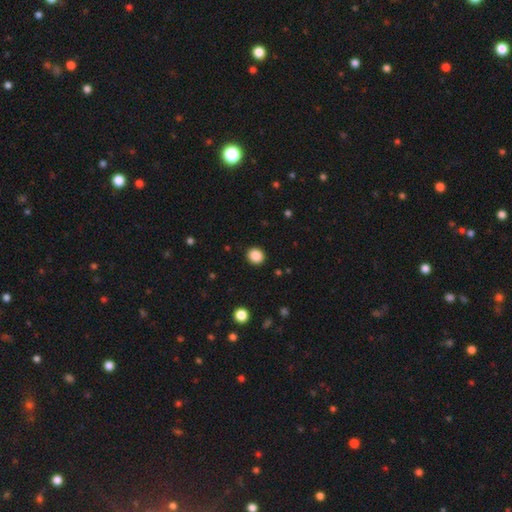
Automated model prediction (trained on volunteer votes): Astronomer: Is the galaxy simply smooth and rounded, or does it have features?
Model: smooth — 88%.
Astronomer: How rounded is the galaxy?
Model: round — 81%.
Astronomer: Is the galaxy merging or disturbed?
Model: none — 91%.